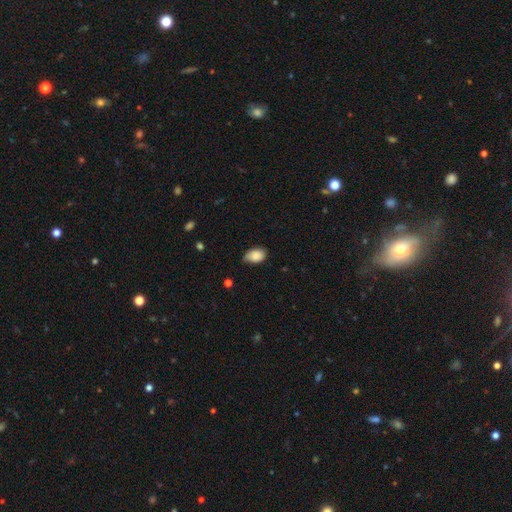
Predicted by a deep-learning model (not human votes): smooth-or-featured: smooth: 86% | star or artifact: 7% | featured or disk: 6%
  how-rounded: in between: 88% | round: 11% | cigar-shaped: 1%
  merging: none: 59% | minor disturbance: 34% | major disturbance: 5% | merger: 1%